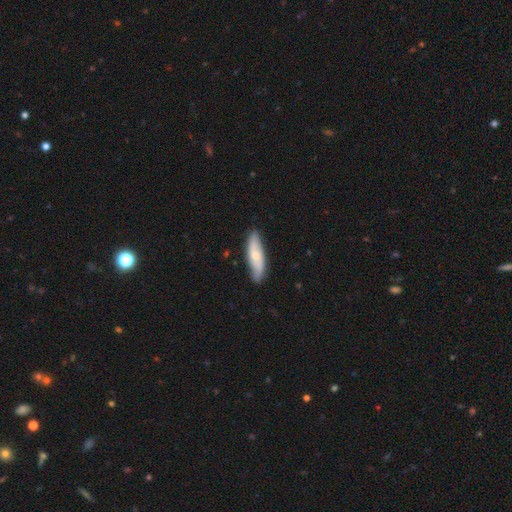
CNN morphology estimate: smooth-or-featured: smooth: 55% | featured or disk: 39% | star or artifact: 5%
  how-rounded: cigar-shaped: 59% | in between: 39% | round: 2%
  merging: none: 82% | minor disturbance: 14% | major disturbance: 2% | merger: 1%